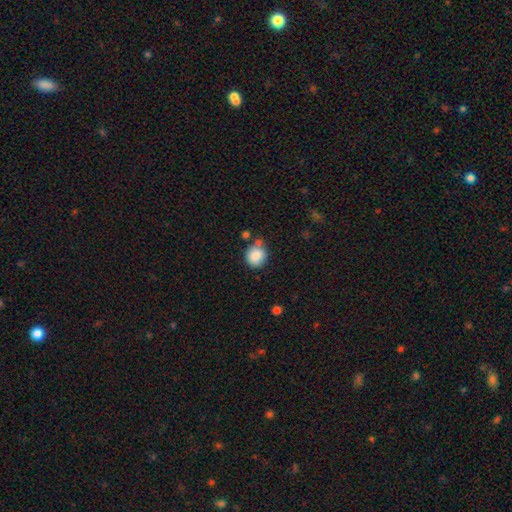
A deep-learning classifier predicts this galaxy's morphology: Smooth or featured? smooth (86%)
How rounded? round (81%)
Merging? none (63%)